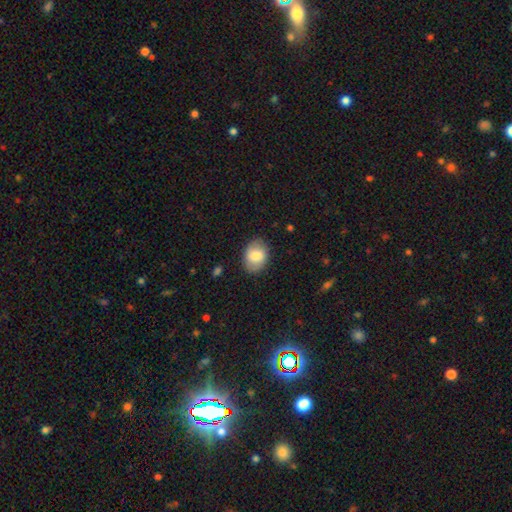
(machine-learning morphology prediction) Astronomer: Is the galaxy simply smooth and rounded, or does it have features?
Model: smooth — 80%.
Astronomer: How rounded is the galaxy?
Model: in between — 69%.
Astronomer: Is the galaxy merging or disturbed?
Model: none — 85%.